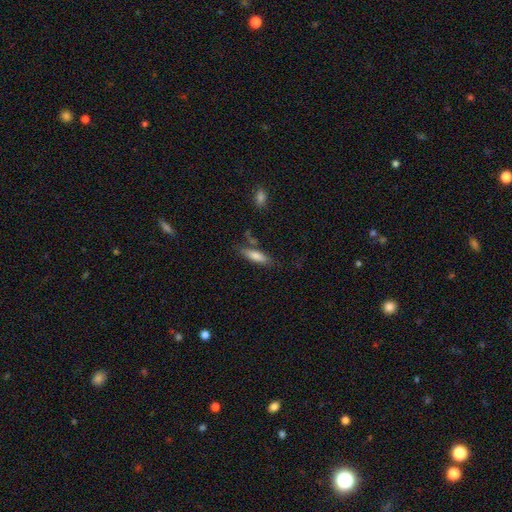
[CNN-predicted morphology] smooth_or_featured: smooth (p=0.75) [alt: featured or disk p=0.18]
how_rounded: cigar-shaped (p=0.57) [alt: in between p=0.41]
merging: none (p=0.71) [alt: minor disturbance p=0.17]